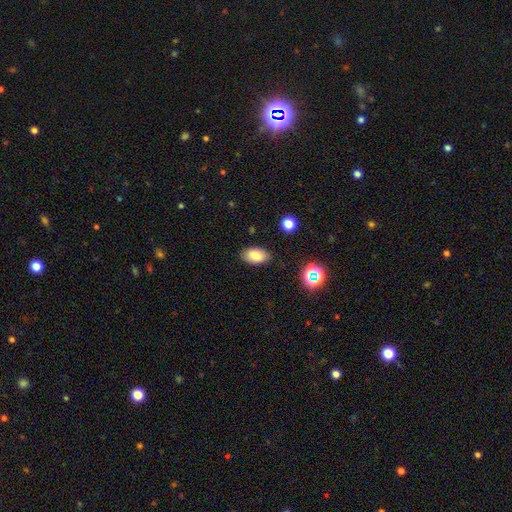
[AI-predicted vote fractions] smooth-or-featured: smooth: 82% | star or artifact: 10% | featured or disk: 8%
  how-rounded: in between: 92% | round: 6% | cigar-shaped: 2%
  merging: none: 85% | minor disturbance: 11% | major disturbance: 3% | merger: 2%